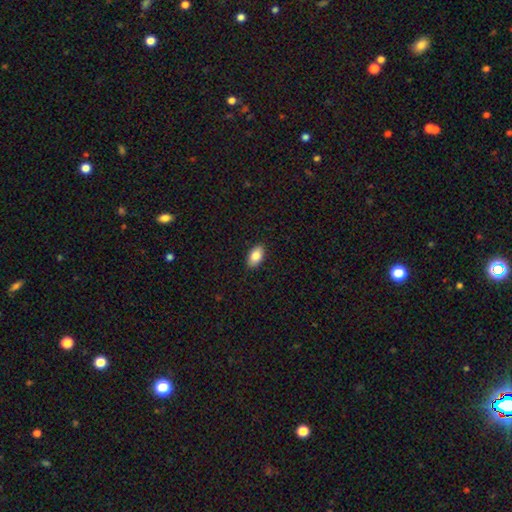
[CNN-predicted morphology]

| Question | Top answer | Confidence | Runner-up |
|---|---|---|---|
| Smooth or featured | smooth | 85% | featured or disk (8%) |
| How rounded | in between | 94% | round (4%) |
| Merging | none | 89% | minor disturbance (8%) |